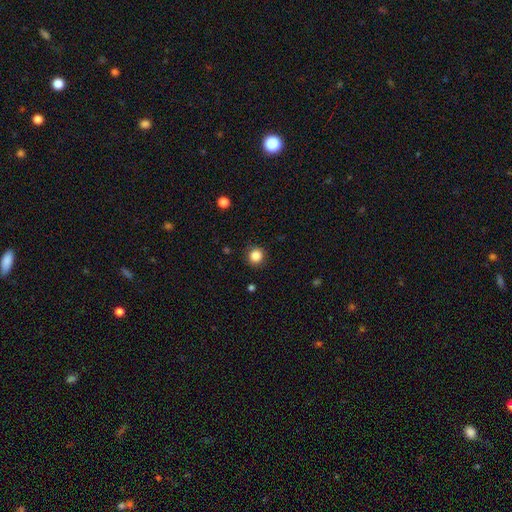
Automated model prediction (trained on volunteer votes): Smooth or featured: smooth — 85% (star or artifact — 11%)
How rounded: round — 92% (in between — 7%)
Merging: none — 90% (minor disturbance — 7%)